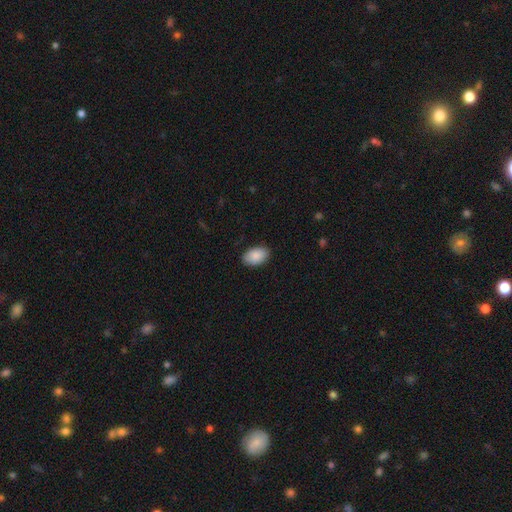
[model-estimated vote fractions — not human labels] This appears to be a smooth galaxy with no disk features (88%) that is in between round and cigar-shaped (91%). Merging: none (88%).